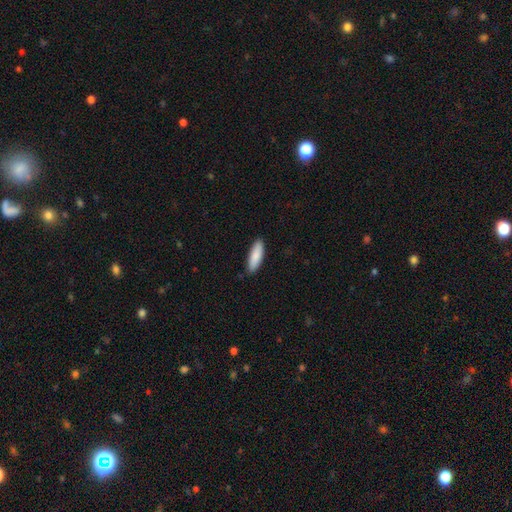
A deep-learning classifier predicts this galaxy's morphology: A smooth galaxy with no disk features (88%) that is cigar-shaped (50%). Merging: none (88%).